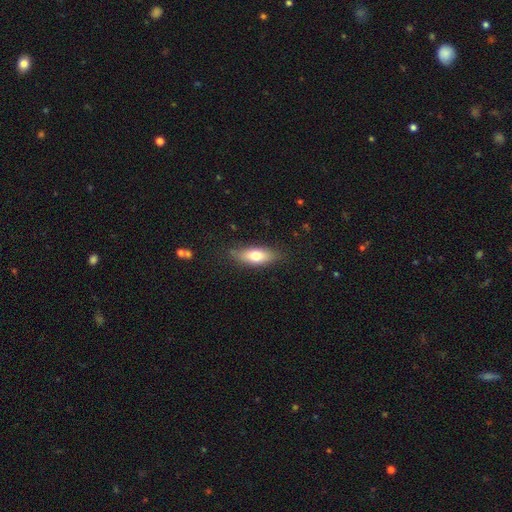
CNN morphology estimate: smooth_or_featured: smooth (p=0.71) [alt: featured or disk p=0.22]
how_rounded: in between (p=0.73) [alt: cigar-shaped p=0.24]
merging: none (p=0.80) [alt: minor disturbance p=0.15]